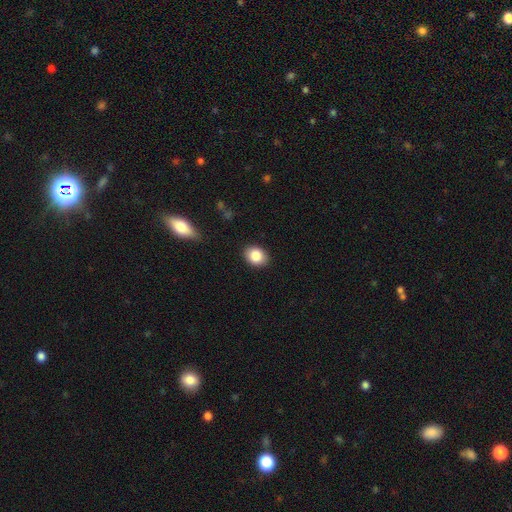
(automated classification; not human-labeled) A smooth galaxy with no disk features (85%) that is in between round and cigar-shaped (60%). Merging: none (88%).